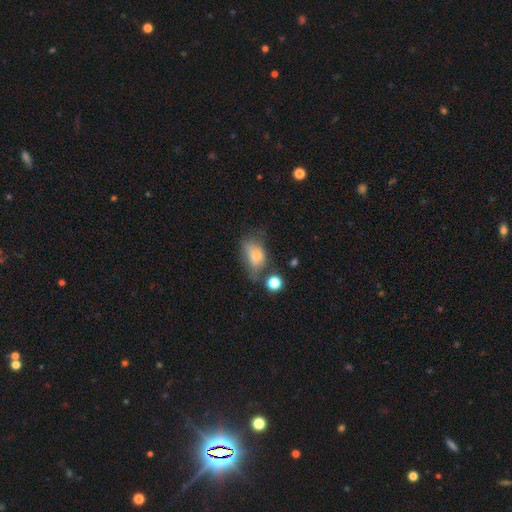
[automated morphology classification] Smooth or featured? Predicted: smooth (p=0.68). How rounded? Predicted: in between (p=0.83). Merging? Predicted: minor disturbance (p=0.31).